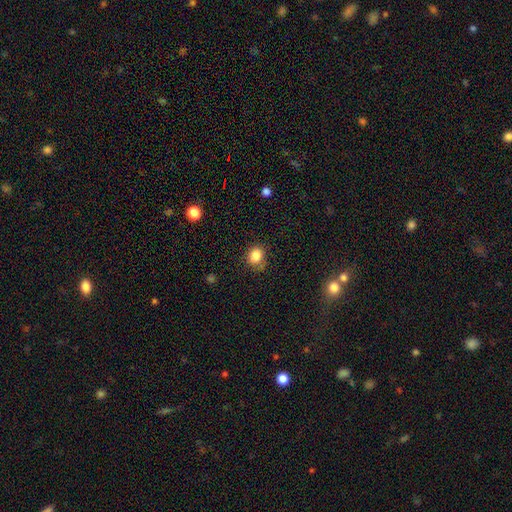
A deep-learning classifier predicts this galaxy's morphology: Overall: smooth (85%). How rounded: round (60%; in between 39%). Merging: none (75%).